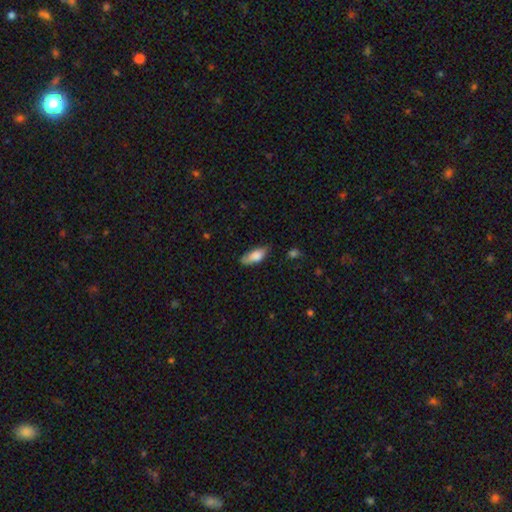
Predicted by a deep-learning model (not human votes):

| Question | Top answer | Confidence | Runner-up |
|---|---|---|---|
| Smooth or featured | smooth | 82% | featured or disk (12%) |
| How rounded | in between | 80% | cigar-shaped (18%) |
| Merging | none | 61% | minor disturbance (30%) |